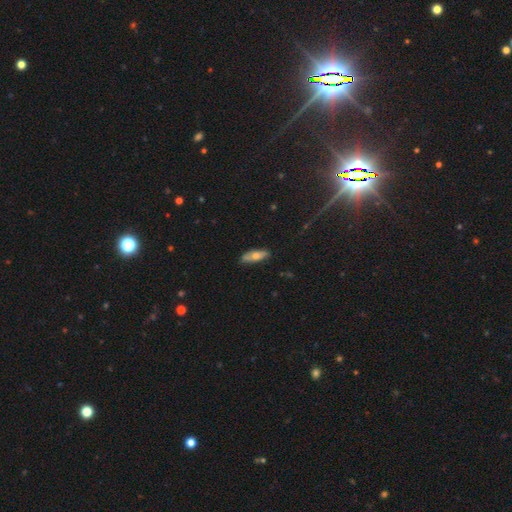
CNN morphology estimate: This appears to be a smooth galaxy with no disk features (61%) that is in between round and cigar-shaped (59%). Merging: none (81%).